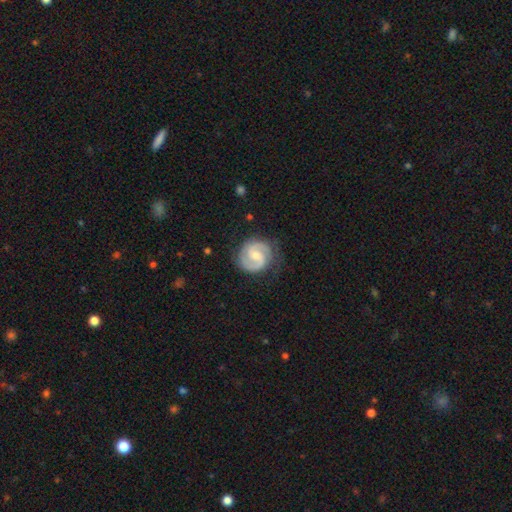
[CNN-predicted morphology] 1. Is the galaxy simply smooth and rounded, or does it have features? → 91% featured or disk, 5% smooth, 4% star or artifact.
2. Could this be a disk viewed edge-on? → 99% no, 1% yes.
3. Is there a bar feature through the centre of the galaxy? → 49% weak, 39% no, 11% strong.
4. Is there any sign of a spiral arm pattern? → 98% yes, 2% no.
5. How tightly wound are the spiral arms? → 48% medium, 44% tight, 8% loose.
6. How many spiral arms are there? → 93% 2, 2% can't tell, 2% 3, 1% 1, 1% 4, 1% more than 4.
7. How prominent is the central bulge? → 49% small, 40% moderate, 8% none, 2% large, 1% dominant.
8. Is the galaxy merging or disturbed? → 82% none, 13% minor disturbance, 4% major disturbance, 1% merger.